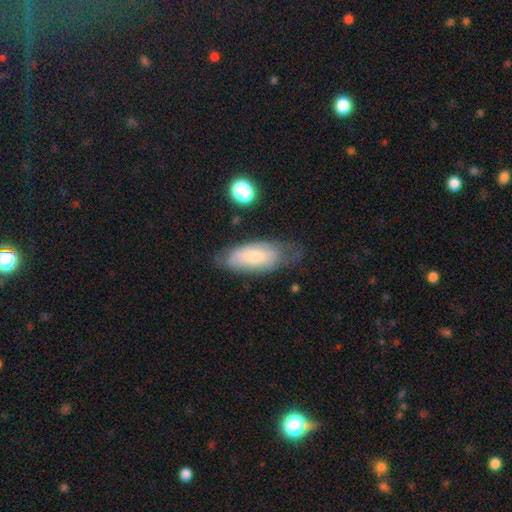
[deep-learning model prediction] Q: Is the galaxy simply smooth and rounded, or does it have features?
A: smooth — 61%.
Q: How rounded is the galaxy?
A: in between — 88%.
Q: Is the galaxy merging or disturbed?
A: none — 47%.